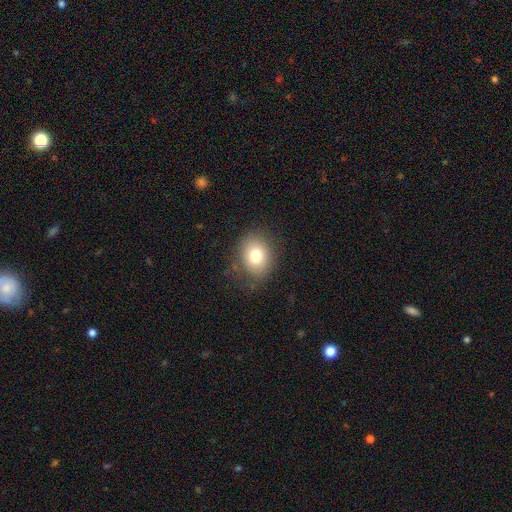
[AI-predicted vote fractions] Morphology: type=smooth (76%); roundness=round (55%); merging=none (80%).